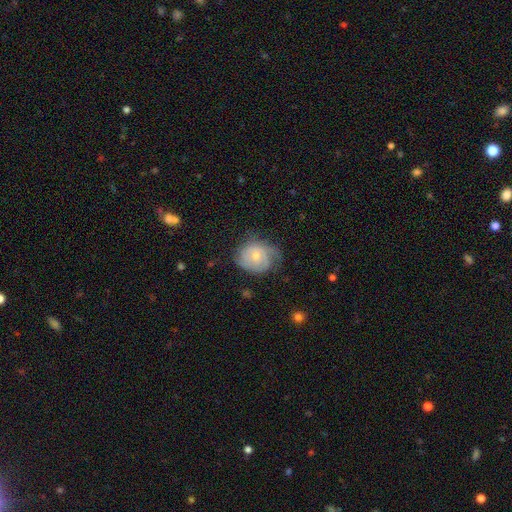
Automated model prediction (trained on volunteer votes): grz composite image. It shows a featured or disk galaxy (55%) with no bar (76%), spiral arms (81%) and a small central bulge (53%). Merging: none (53%).